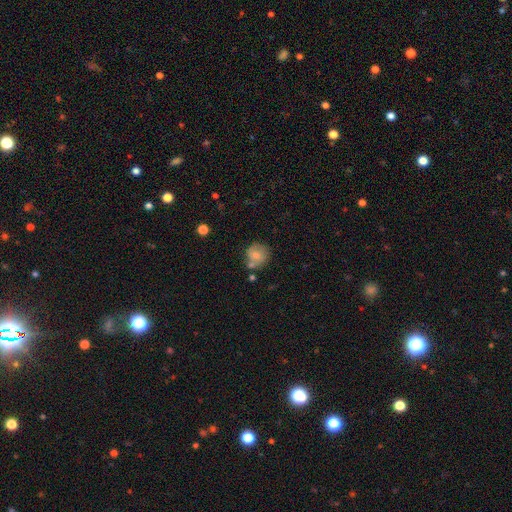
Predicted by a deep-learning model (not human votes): Overall: smooth (68%). How rounded: round (85%). Merging: none (62%).